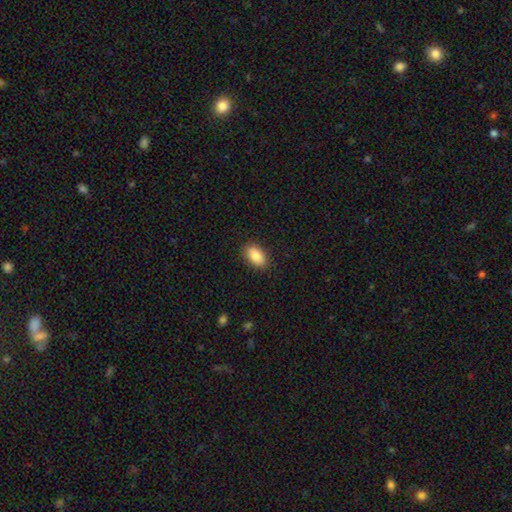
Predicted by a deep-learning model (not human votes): This appears to be a smooth galaxy with no disk features (88%) that is in between round and cigar-shaped (93%). Merging: none (89%).